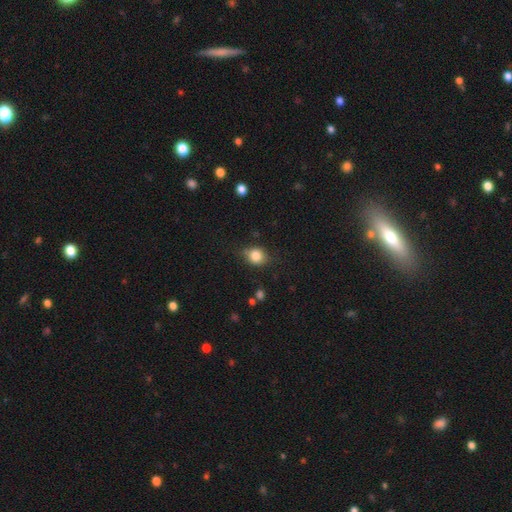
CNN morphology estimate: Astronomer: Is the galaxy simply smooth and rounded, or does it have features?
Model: smooth — 82%.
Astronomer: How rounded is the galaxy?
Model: round — 61% (runner-up: in between, 38%).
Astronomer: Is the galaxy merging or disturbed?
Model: none — 74%.